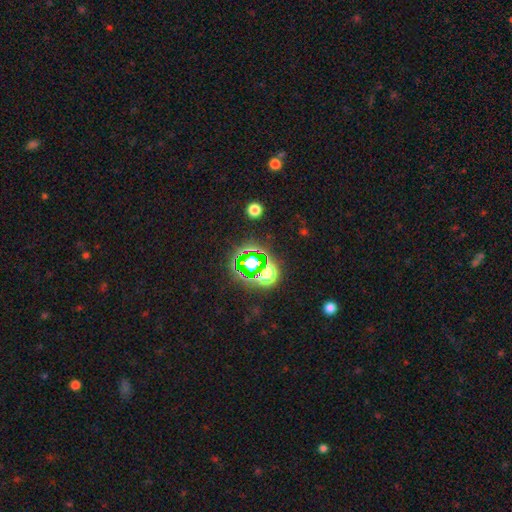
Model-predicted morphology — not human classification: A star or artifact, not a galaxy (72%).